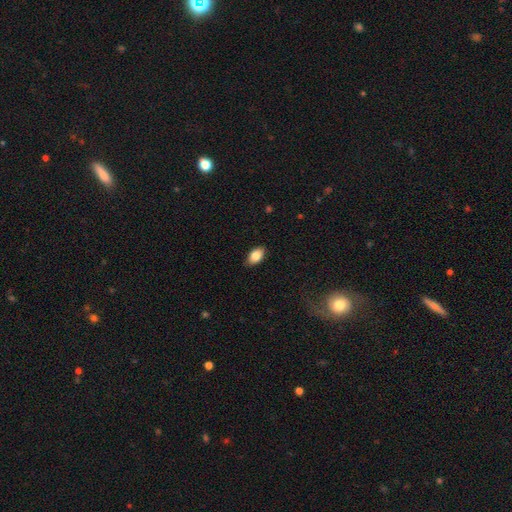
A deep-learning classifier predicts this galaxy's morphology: A smooth galaxy with no disk features (82%) that is in between round and cigar-shaped (91%). Merging: none (85%).